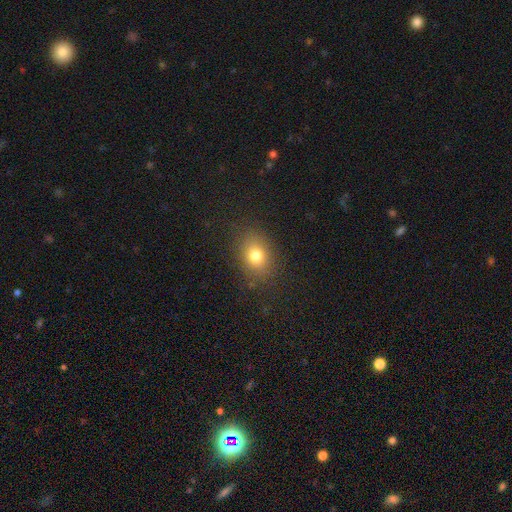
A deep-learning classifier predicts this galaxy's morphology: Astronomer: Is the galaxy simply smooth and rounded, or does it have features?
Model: smooth — 77%.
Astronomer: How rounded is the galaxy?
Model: in between — 56% (runner-up: round, 43%).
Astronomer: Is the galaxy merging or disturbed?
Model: none — 84%.